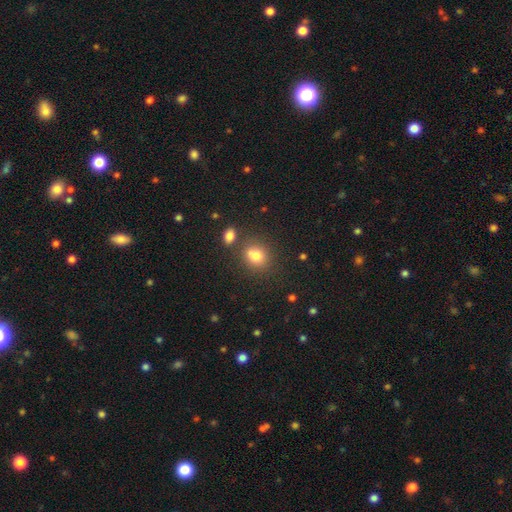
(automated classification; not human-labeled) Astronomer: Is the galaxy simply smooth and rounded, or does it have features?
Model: smooth — 78%.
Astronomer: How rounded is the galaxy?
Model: round — 60% (runner-up: in between, 39%).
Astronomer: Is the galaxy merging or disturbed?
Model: none — 61%.